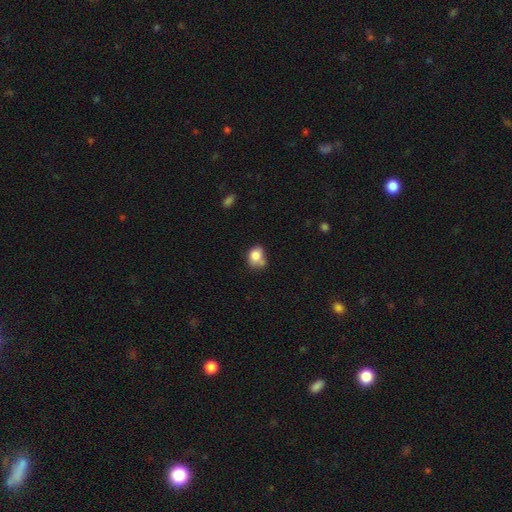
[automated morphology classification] smooth 80%, featured or disk 10%, star or artifact 10%. Down the decision tree: how rounded — in between (52%); merging — none (42%).